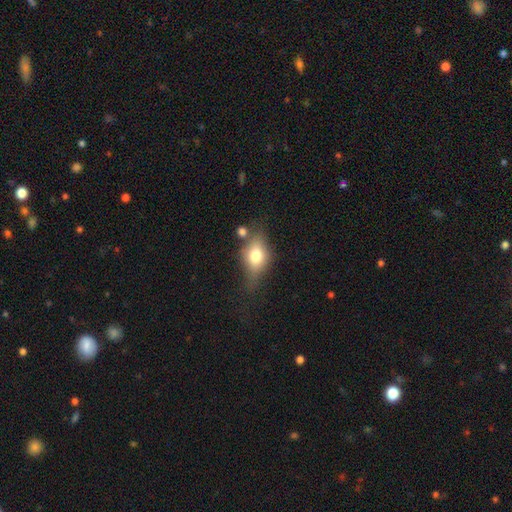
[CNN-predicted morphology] This appears to be a smooth galaxy with no disk features (64%) that is in between round and cigar-shaped (72%). Merging: none (53%).